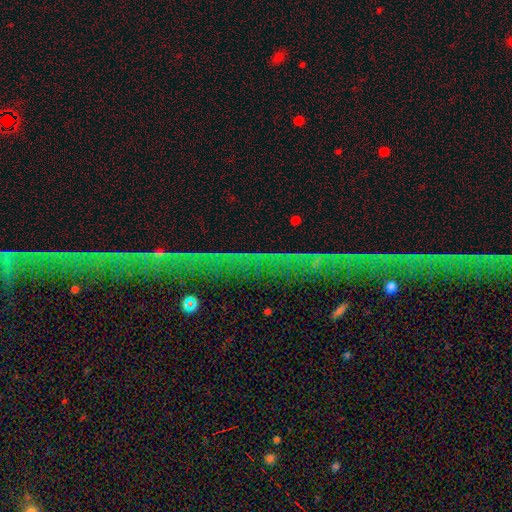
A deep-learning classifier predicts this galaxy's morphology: Overall: star or artifact (82%).